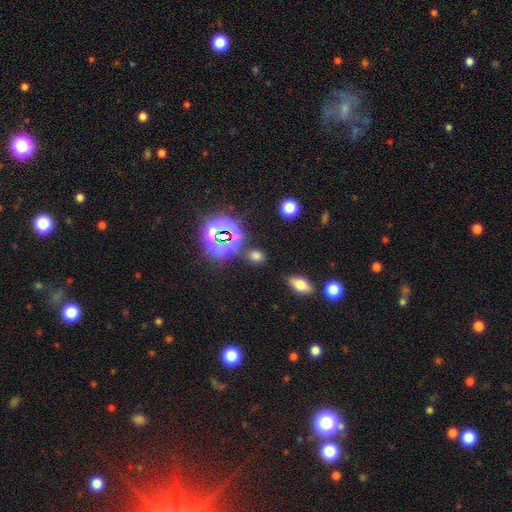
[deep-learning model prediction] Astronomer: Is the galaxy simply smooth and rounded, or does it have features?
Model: smooth — 60%.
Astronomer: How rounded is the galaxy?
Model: round — 59% (runner-up: in between, 38%).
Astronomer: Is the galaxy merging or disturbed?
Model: none — 81%.